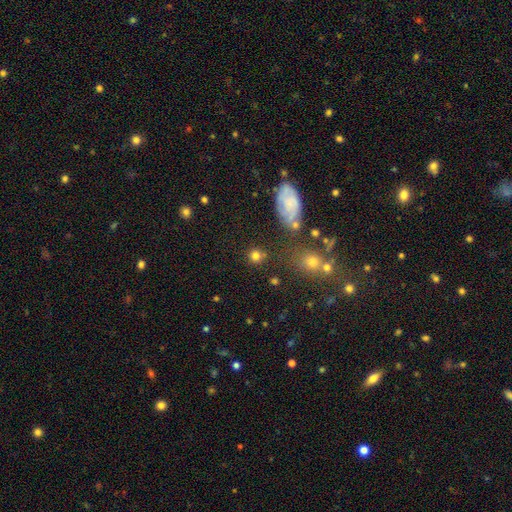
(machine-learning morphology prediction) smooth_or_featured: smooth (p=0.76) [alt: star or artifact p=0.14]
how_rounded: round (p=0.87) [alt: in between p=0.12]
merging: none (p=0.78) [alt: minor disturbance p=0.11]